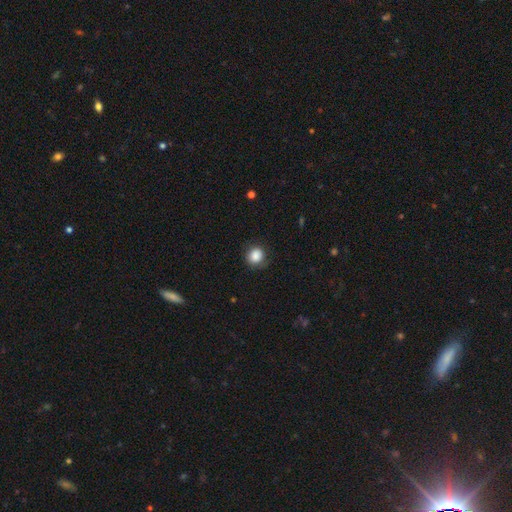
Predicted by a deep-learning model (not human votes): Smooth or featured?
  - smooth: 86% *
  - star or artifact: 9%
  - featured or disk: 6%
How rounded?
  - round: 82% *
  - in between: 17%
  - cigar-shaped: 1%
Merging?
  - none: 80% *
  - minor disturbance: 14%
  - major disturbance: 5%
  - merger: 1%